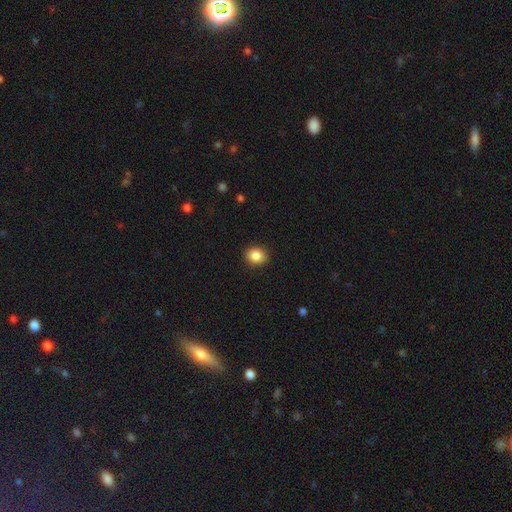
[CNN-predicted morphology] Smooth or featured? Predicted: smooth (p=0.87). How rounded? Predicted: round (p=0.66). Merging? Predicted: none (p=0.90).